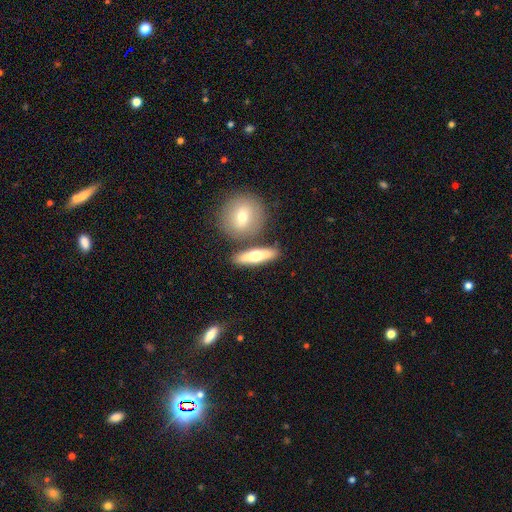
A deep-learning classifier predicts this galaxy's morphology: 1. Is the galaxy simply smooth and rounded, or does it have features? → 58% smooth, 36% featured or disk, 6% star or artifact.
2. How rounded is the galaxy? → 55% cigar-shaped, 37% in between, 8% round.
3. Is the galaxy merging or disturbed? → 76% none, 13% merger, 9% minor disturbance, 3% major disturbance.